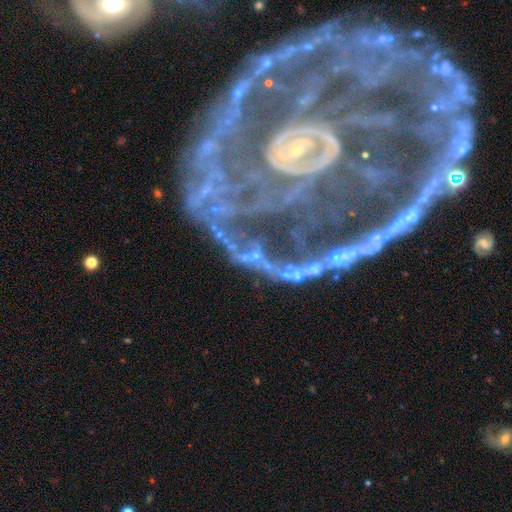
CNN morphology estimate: Smooth or featured: featured or disk — 81% (star or artifact — 12%)
Edge-on disk: no — 96% (yes — 4%)
Bar: no — 58% (weak — 22%)
Spiral arms: yes — 82% (no — 18%)
Spiral winding: tight — 56% (medium — 28%)
Spiral arm count: can't tell — 27% (2 — 25%)
Bulge size: small — 62% (moderate — 24%)
Merging: none — 48% (major disturbance — 28%)